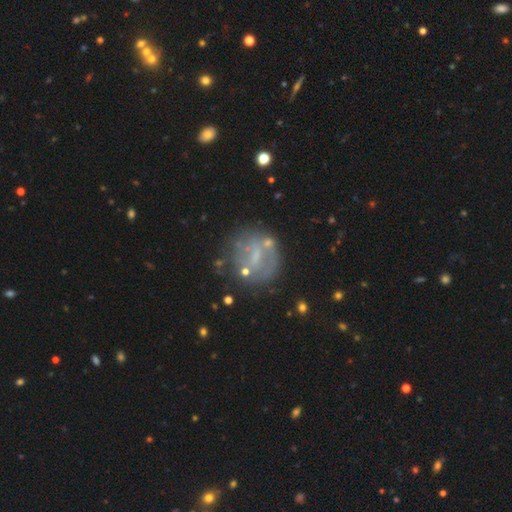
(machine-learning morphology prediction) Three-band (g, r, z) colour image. It shows a featured or disk galaxy (57%) with no bar (41%), no spiral arms (66%) and no central bulge (42%). Merging: none (62%).